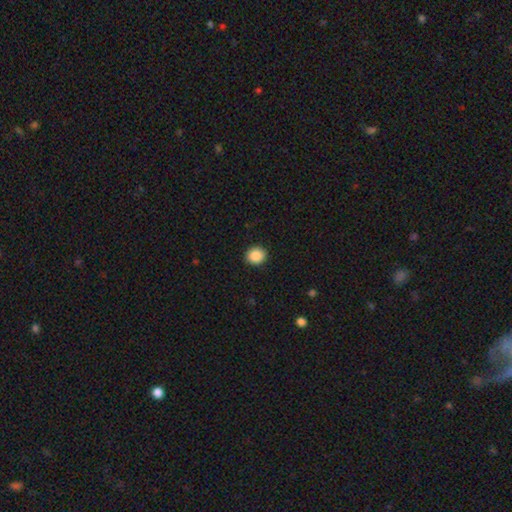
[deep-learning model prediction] Smooth or featured?
  - smooth: 89% *
  - star or artifact: 8%
  - featured or disk: 3%
How rounded?
  - round: 82% *
  - in between: 17%
  - cigar-shaped: 1%
Merging?
  - none: 91% *
  - minor disturbance: 6%
  - major disturbance: 2%
  - merger: 1%